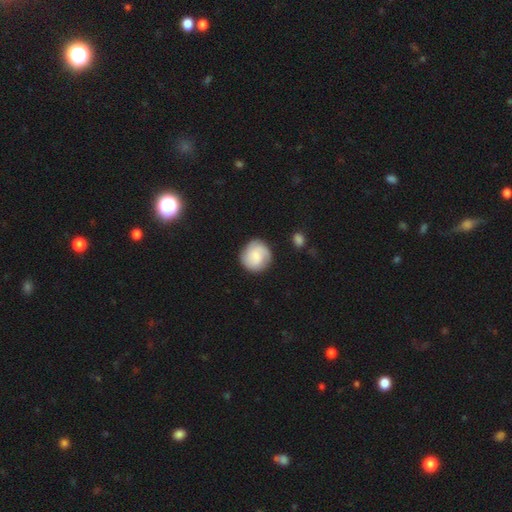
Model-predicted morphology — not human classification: type=smooth (56%); roundness=round (89%); merging=none (81%).